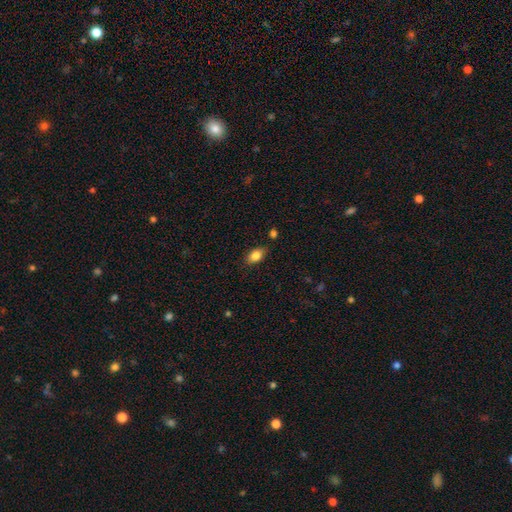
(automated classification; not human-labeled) Overall: smooth (84%). How rounded: in between (88%). Merging: none (83%).